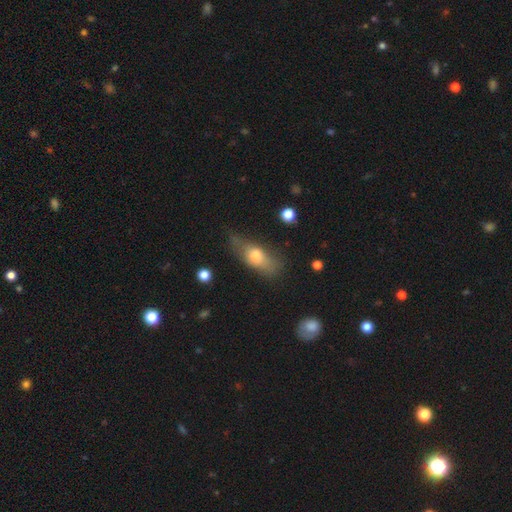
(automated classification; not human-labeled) smooth 64%, featured or disk 29%, star or artifact 8%. Down the decision tree: how rounded — in between (69%); merging — none (55%).